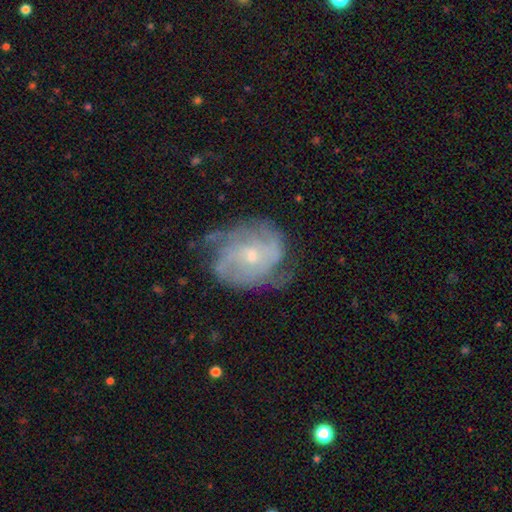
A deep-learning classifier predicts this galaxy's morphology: Smooth or featured: featured or disk — 79% (smooth — 12%)
Edge-on disk: no — 97% (yes — 3%)
Bar: no — 67% (weak — 26%)
Spiral arms: yes — 92% (no — 8%)
Spiral winding: tight — 47% (medium — 38%)
Spiral arm count: 2 — 36% (can't tell — 28%)
Bulge size: small — 62% (moderate — 34%)
Merging: none — 65% (minor disturbance — 22%)